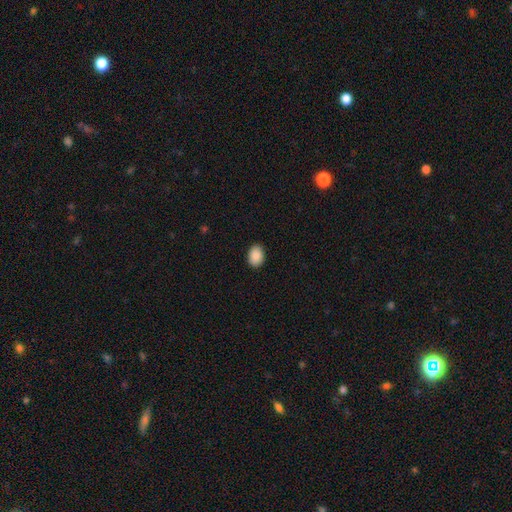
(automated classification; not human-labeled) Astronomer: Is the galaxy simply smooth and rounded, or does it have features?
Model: smooth — 90%.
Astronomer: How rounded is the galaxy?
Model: in between — 79%.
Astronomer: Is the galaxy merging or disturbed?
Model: none — 89%.